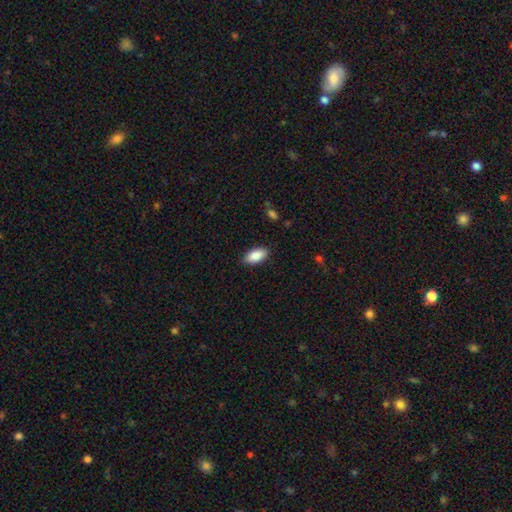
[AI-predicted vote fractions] A smooth galaxy with no disk features (87%) that is in between round and cigar-shaped (91%). Merging: none (87%).